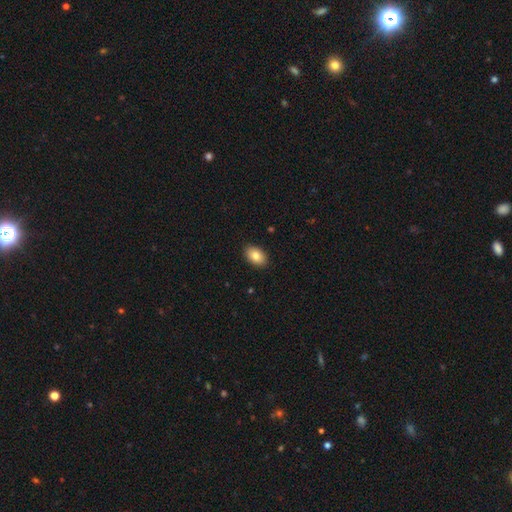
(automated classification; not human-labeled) Smooth or featured? smooth (84%)
How rounded? in between (89%)
Merging? none (90%)